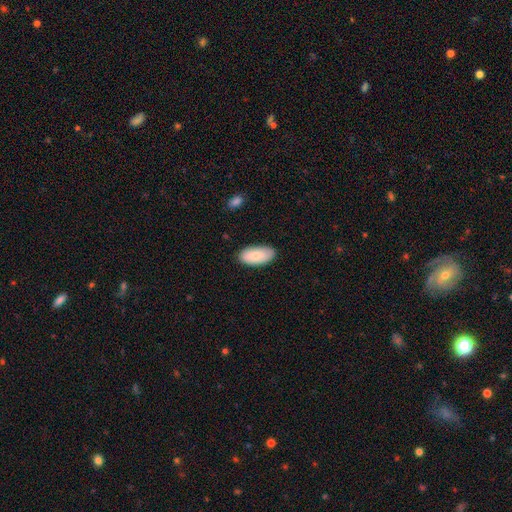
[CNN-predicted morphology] Smooth or featured? smooth (82%)
How rounded? in between (95%)
Merging? none (85%)